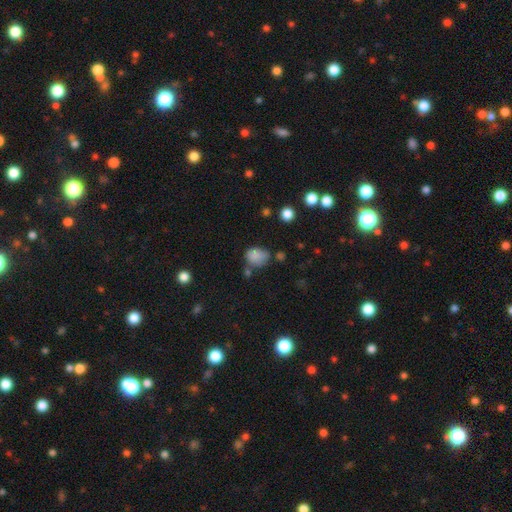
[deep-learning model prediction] smooth 79%, star or artifact 11%, featured or disk 10%. Down the decision tree: how rounded — in between (53%); merging — none (44%).